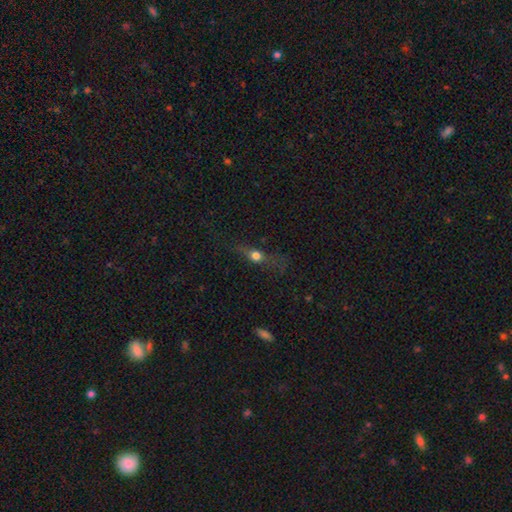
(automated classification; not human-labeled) This is possibly a smooth galaxy (53%). How rounded: marginally round (36%). Merging: possibly none (56%).